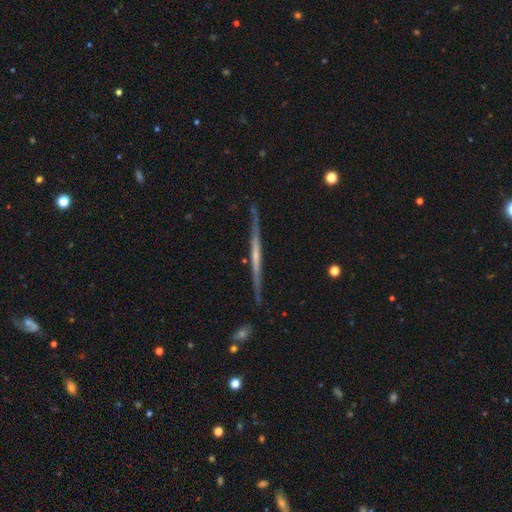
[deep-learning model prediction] This appears to be a featured or disk galaxy (71%) viewed edge-on (97%) with no central bulge (73%). Merging: none (83%).